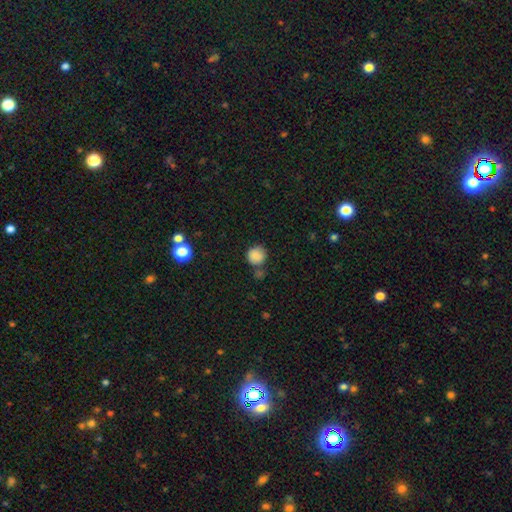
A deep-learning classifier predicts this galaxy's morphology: This appears to be a smooth galaxy with no disk features (85%) that is round (91%). Merging: none (71%).